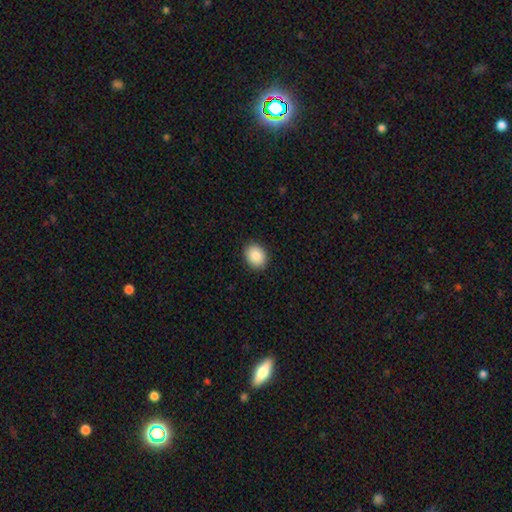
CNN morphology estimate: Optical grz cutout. It shows a smooth galaxy with no disk features (87%) that is round (53%). Merging: none (90%).